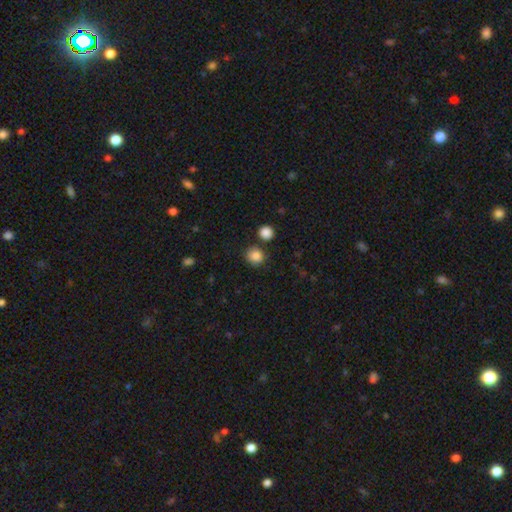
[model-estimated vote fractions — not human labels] Smooth or featured? Predicted: smooth (p=0.86). How rounded? Predicted: round (p=0.83). Merging? Predicted: none (p=0.77).